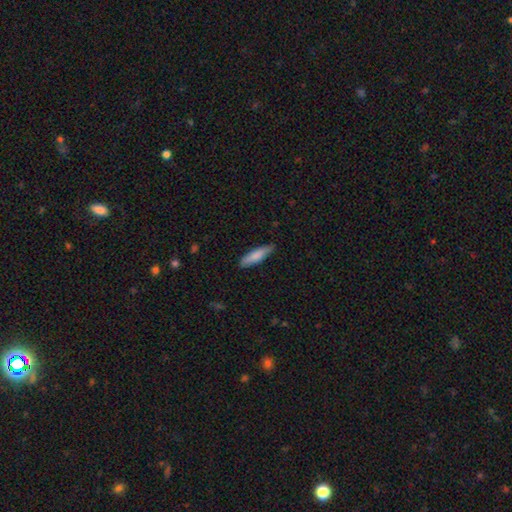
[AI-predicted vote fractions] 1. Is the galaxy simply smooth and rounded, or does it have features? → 81% smooth, 14% featured or disk, 5% star or artifact.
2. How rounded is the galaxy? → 71% cigar-shaped, 28% in between, 1% round.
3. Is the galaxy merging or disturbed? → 84% none, 13% minor disturbance, 2% major disturbance, 1% merger.